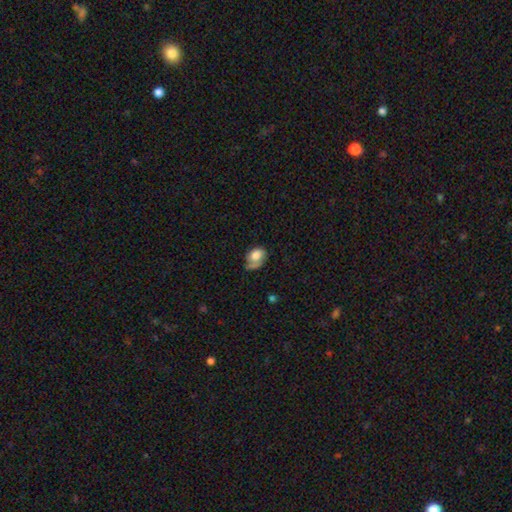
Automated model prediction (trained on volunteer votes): Smooth or featured: smooth — 69% (featured or disk — 23%)
How rounded: in between — 67% (round — 32%)
Merging: none — 36% (minor disturbance — 32%)